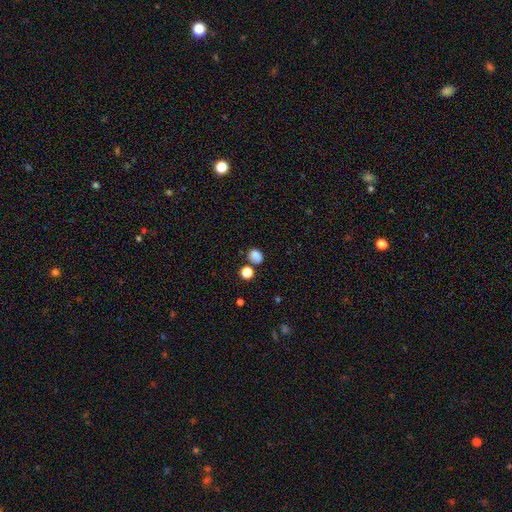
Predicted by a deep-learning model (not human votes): smooth_or_featured: smooth (p=0.83) [alt: star or artifact p=0.12]
how_rounded: round (p=0.57) [alt: in between p=0.42]
merging: none (p=0.72) [alt: minor disturbance p=0.12]